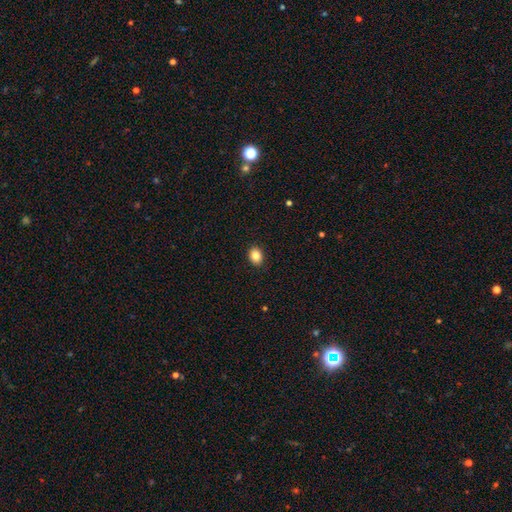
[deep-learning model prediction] Smooth or featured? Predicted: smooth (p=0.85). How rounded? Predicted: in between (p=0.54). Merging? Predicted: none (p=0.91).